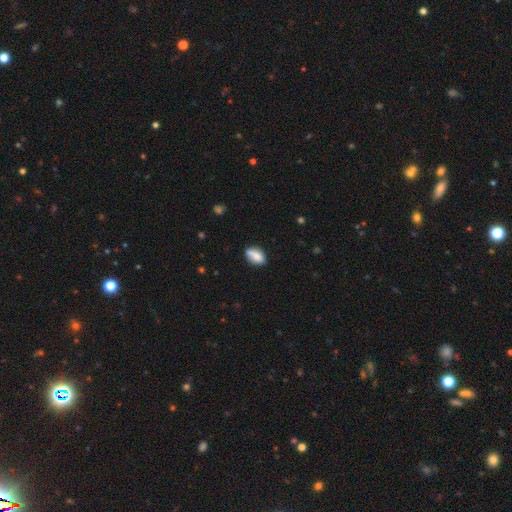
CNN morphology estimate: Smooth or featured? smooth (79%)
How rounded? in between (85%)
Merging? none (70%)